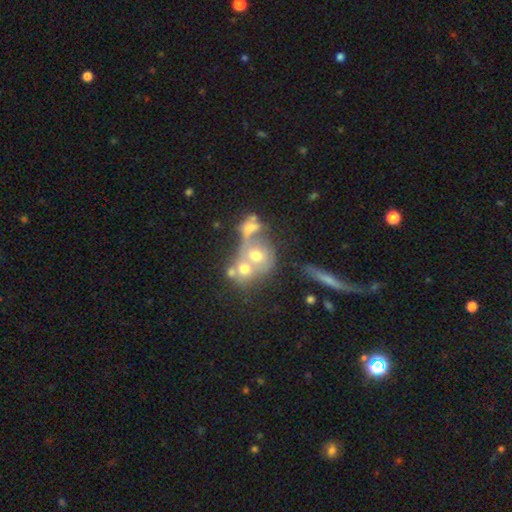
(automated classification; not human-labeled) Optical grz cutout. It shows a smooth galaxy with no disk features (50%). Merging: merger (66%).